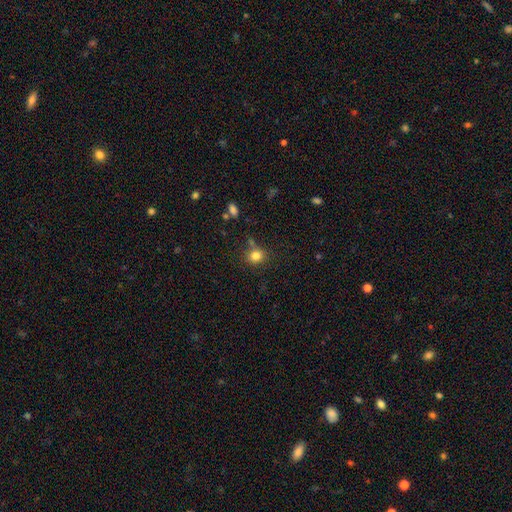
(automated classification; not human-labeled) Overall: smooth (81%). How rounded: round (70%). Merging: none (73%).